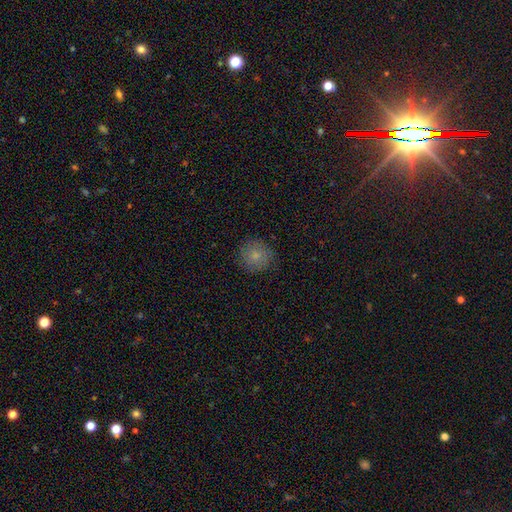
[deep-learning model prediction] Q: Smooth or featured?
A: smooth (78%); runner-up: featured or disk (12%)
Q: How rounded?
A: round (92%); runner-up: in between (7%)
Q: Merging?
A: none (84%); runner-up: minor disturbance (12%)